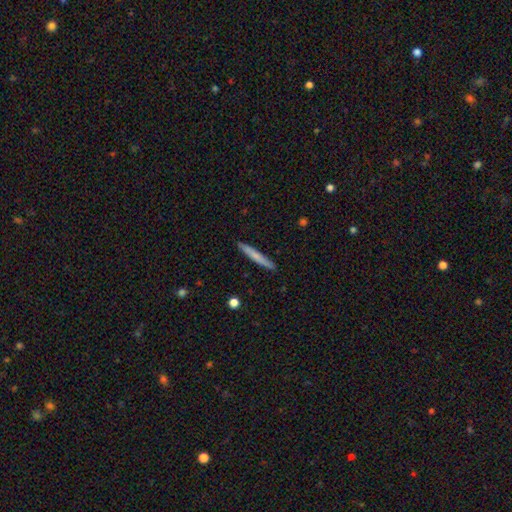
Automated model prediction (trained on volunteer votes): smooth-or-featured: smooth: 66% | featured or disk: 28% | star or artifact: 6%
  how-rounded: cigar-shaped: 96% | in between: 3% | round: 1%
  merging: none: 91% | minor disturbance: 7% | major disturbance: 1% | merger: 1%